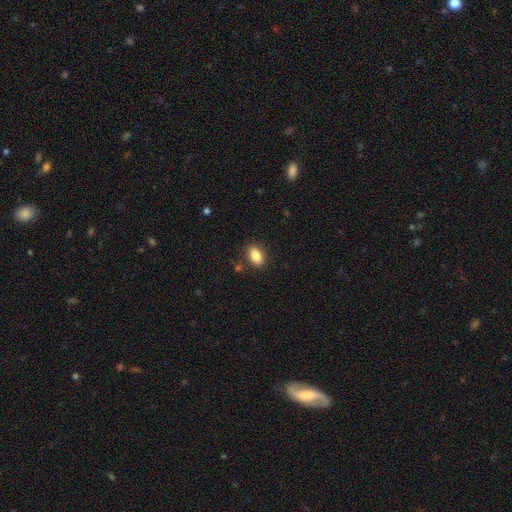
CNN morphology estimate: Smooth or featured? smooth (86%)
How rounded? in between (89%)
Merging? none (85%)